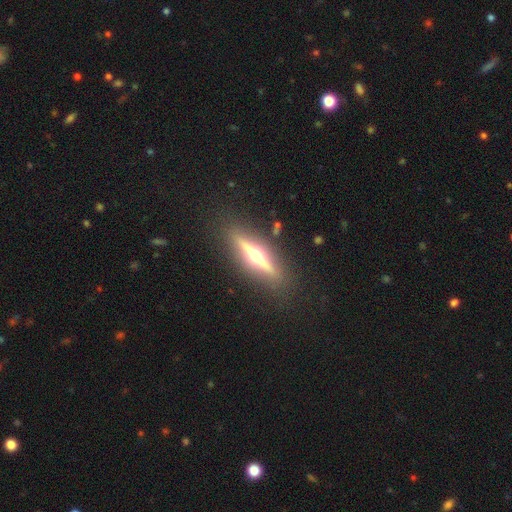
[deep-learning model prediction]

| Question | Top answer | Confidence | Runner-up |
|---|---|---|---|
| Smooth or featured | featured or disk | 78% | smooth (16%) |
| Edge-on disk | yes | 96% | no (4%) |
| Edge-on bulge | rounded | 96% | boxy (3%) |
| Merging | none | 88% | minor disturbance (8%) |